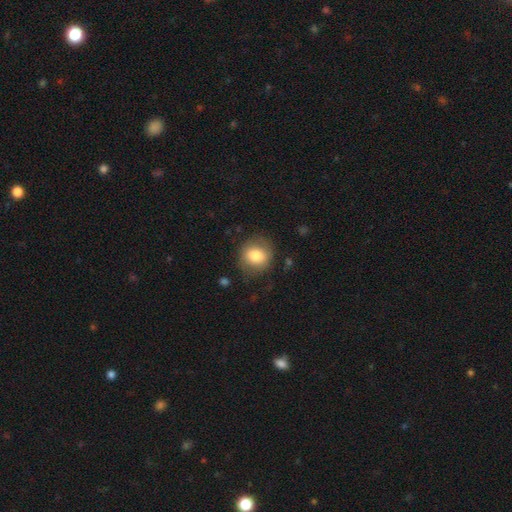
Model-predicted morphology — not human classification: Smooth or featured? Predicted: smooth (p=0.79). How rounded? Predicted: round (p=0.79). Merging? Predicted: none (p=0.79).